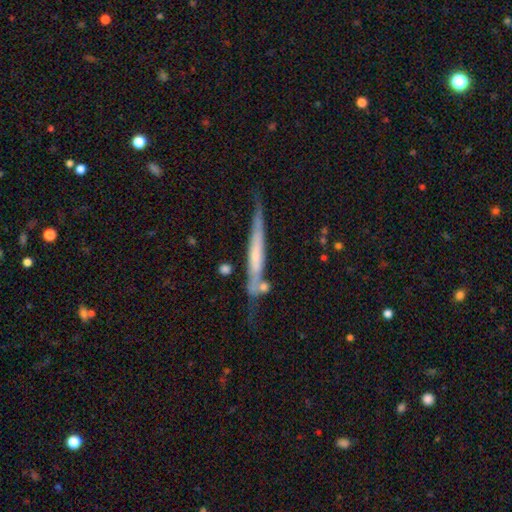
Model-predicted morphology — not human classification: featured or disk 58%, smooth 36%, star or artifact 6%. Down the decision tree: edge-on disk — yes (88%); edge-on bulge — none (63%); merging — none (55%).